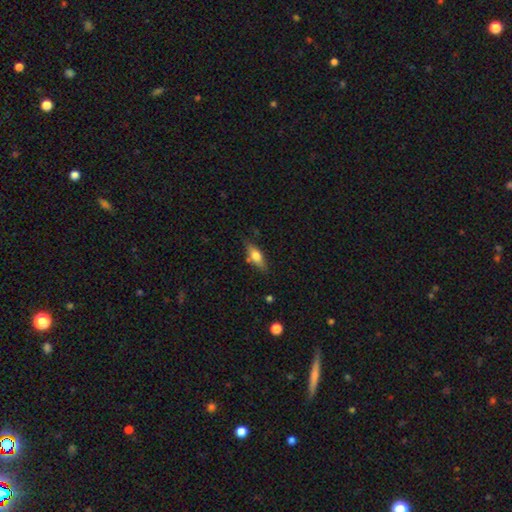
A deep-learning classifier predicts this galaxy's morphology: type=smooth (63%); roundness=in between (67%); merging=none (73%).